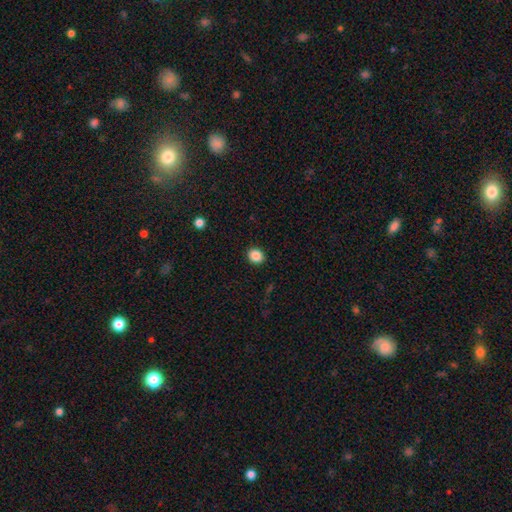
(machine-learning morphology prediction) Smooth or featured?
  - smooth: 86% *
  - star or artifact: 10%
  - featured or disk: 4%
How rounded?
  - round: 75% *
  - in between: 24%
  - cigar-shaped: 1%
Merging?
  - none: 92% *
  - minor disturbance: 6%
  - major disturbance: 2%
  - merger: 1%